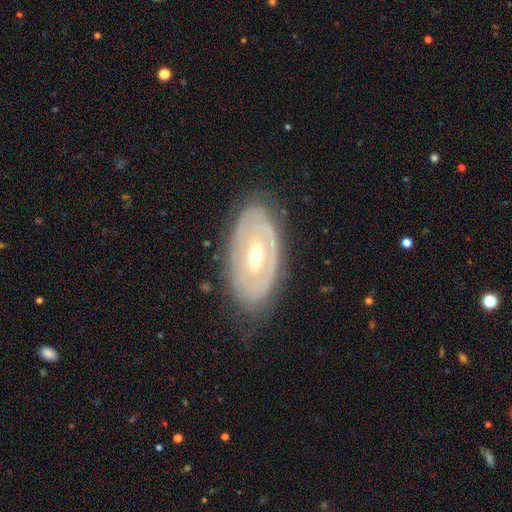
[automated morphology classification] featured or disk 79%, smooth 15%, star or artifact 5%. Down the decision tree: edge-on disk — no (91%); bar — no (48%); spiral arms — yes (61%); bulge size — moderate (55%); merging — none (78%).